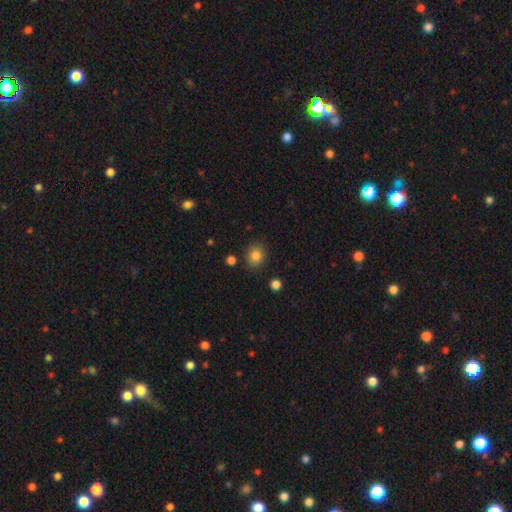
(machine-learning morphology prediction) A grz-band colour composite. It shows a smooth galaxy with no disk features (84%) that is round (76%). Merging: none (85%).